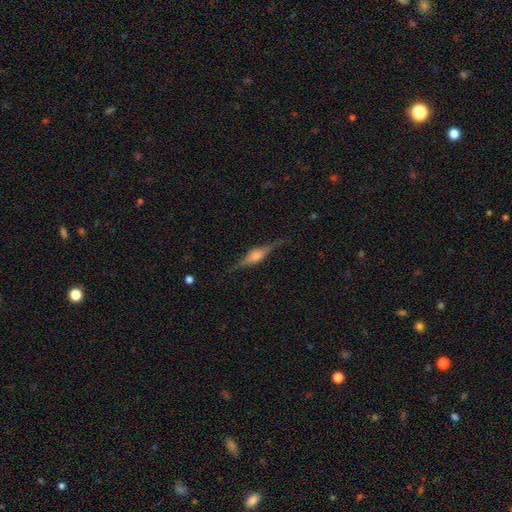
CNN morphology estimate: smooth_or_featured: featured or disk (p=0.80) [alt: smooth p=0.13]
disk_edge_on: yes (p=0.97) [alt: no p=0.03]
edge_on_bulge: rounded (p=0.81) [alt: boxy p=0.16]
merging: none (p=0.83) [alt: minor disturbance p=0.12]